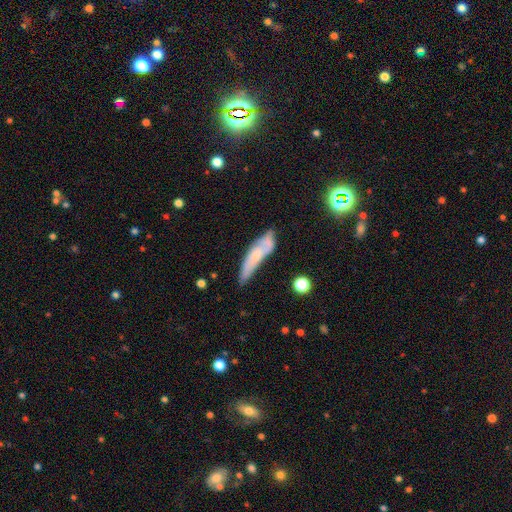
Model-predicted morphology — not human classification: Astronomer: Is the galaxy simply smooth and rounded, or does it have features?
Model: smooth — 55% (runner-up: featured or disk, 36%).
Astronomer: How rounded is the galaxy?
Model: cigar-shaped — 66%.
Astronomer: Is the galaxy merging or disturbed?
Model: none — 39% (runner-up: minor disturbance, 31%).